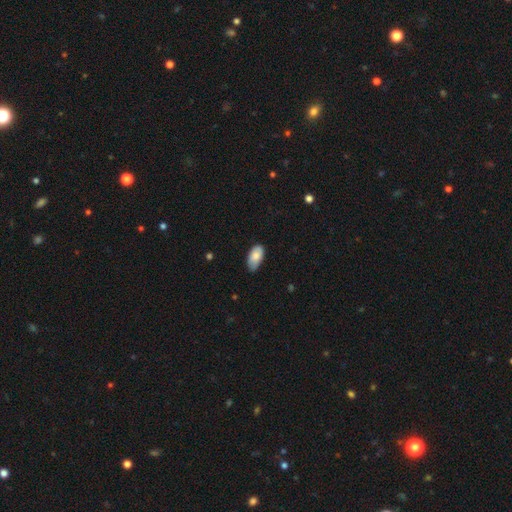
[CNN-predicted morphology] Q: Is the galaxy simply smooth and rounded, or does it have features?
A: smooth — 81%.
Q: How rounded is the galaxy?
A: in between — 95%.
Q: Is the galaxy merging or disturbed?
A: none — 66%.